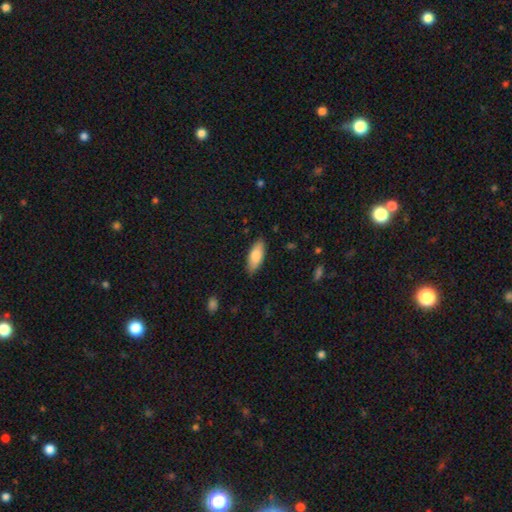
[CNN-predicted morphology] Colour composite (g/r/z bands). It shows a smooth galaxy with no disk features (79%) that is in between round and cigar-shaped (77%). Merging: none (85%).